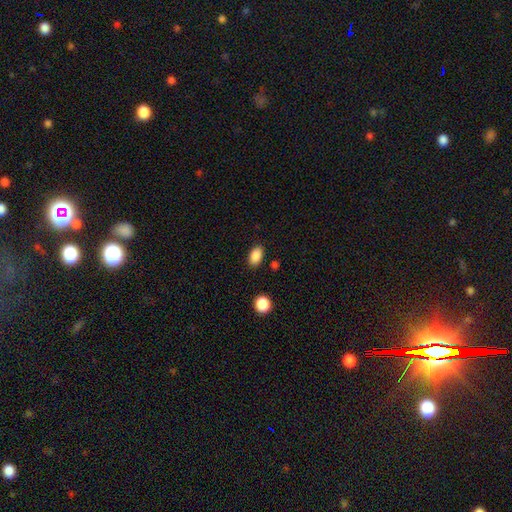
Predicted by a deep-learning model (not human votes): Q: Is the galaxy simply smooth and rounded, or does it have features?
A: smooth — 88%.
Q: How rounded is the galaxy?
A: in between — 88%.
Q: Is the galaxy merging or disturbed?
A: none — 85%.